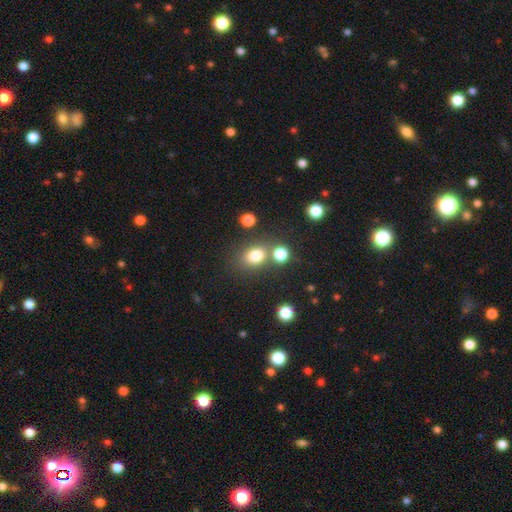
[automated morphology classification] smooth-or-featured: smooth: 78% | star or artifact: 14% | featured or disk: 8%
  how-rounded: round: 52% | in between: 46% | cigar-shaped: 1%
  merging: none: 65% | merger: 18% | minor disturbance: 12% | major disturbance: 5%